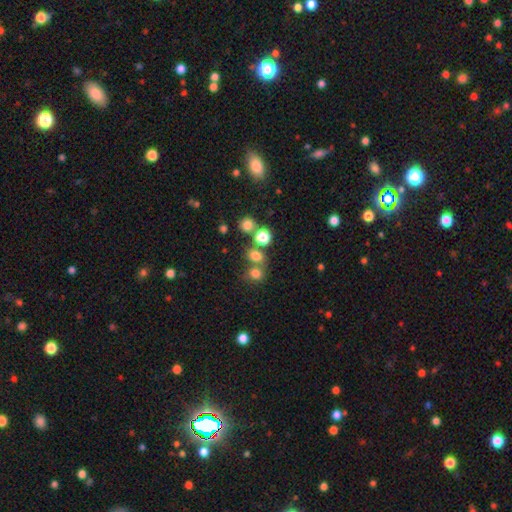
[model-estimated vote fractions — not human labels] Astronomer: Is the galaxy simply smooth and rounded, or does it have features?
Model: smooth — 73%.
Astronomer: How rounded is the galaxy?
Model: round — 65%.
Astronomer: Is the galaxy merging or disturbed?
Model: none — 54% (runner-up: merger, 32%).